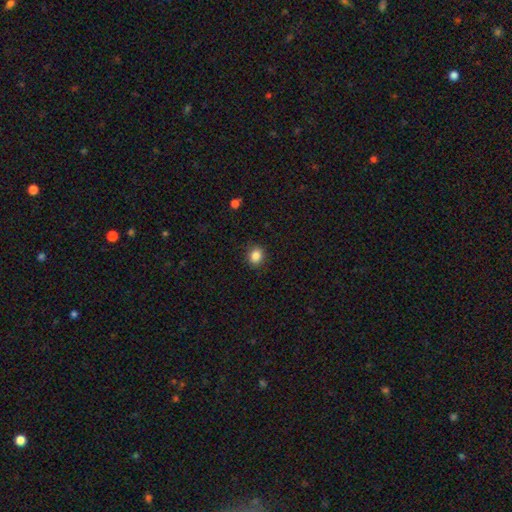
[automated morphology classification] Smooth or featured: smooth — 86% (star or artifact — 10%)
How rounded: round — 65% (in between — 34%)
Merging: none — 89% (minor disturbance — 8%)